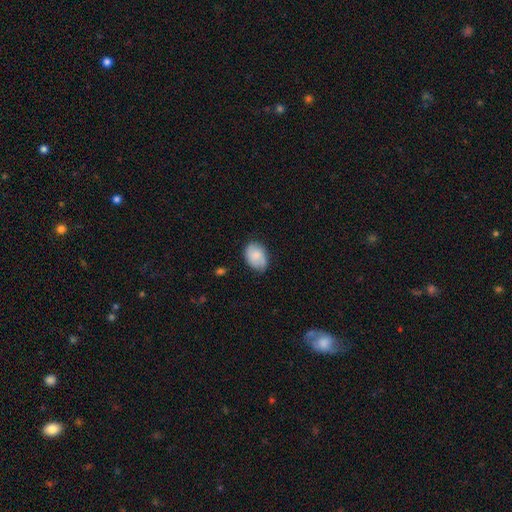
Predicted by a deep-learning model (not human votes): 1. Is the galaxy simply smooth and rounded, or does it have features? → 78% smooth, 16% featured or disk, 7% star or artifact.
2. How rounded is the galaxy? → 76% in between, 23% round, 1% cigar-shaped.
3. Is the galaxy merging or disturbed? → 71% none, 23% minor disturbance, 4% major disturbance, 1% merger.